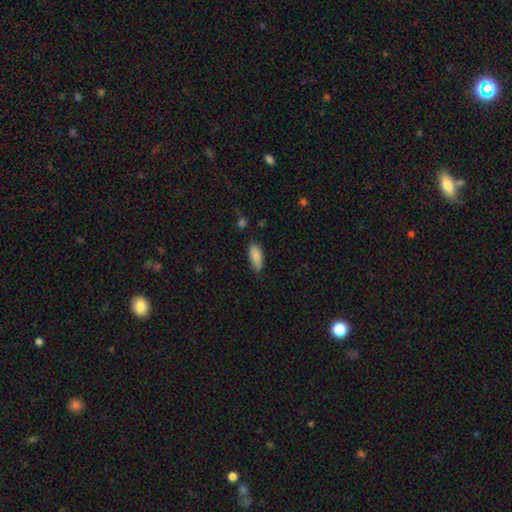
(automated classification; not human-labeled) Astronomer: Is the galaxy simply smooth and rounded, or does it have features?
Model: smooth — 85%.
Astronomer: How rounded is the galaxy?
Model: in between — 81%.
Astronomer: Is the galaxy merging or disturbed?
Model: none — 76%.